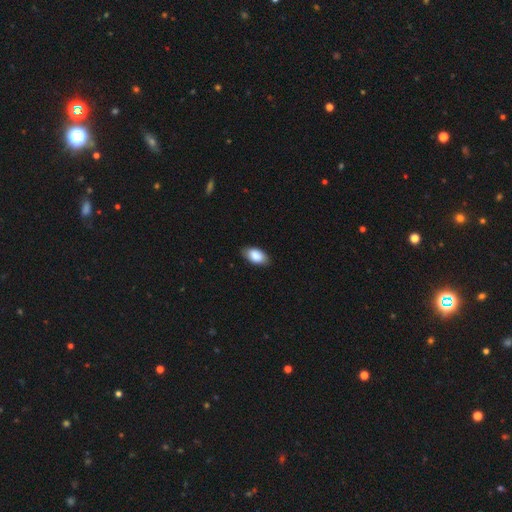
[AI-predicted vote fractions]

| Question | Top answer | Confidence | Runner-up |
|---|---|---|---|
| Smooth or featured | smooth | 87% | featured or disk (7%) |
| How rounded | in between | 94% | round (4%) |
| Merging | none | 84% | minor disturbance (13%) |